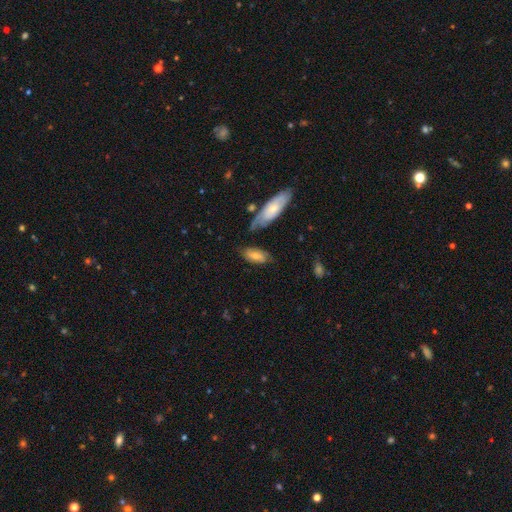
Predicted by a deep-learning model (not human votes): smooth_or_featured: smooth (p=0.54) [alt: featured or disk p=0.38]
how_rounded: in between (p=0.81) [alt: cigar-shaped p=0.16]
merging: none (p=0.61) [alt: minor disturbance p=0.24]